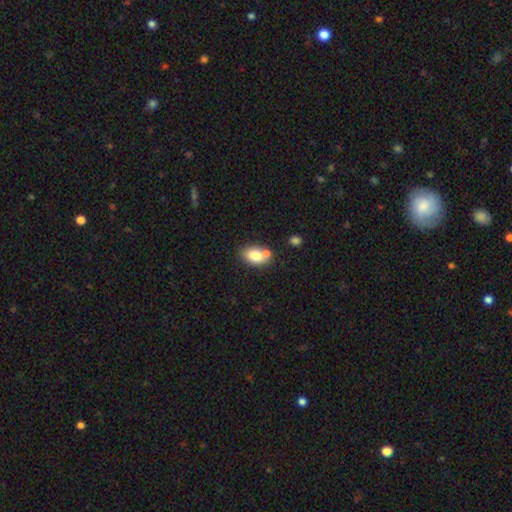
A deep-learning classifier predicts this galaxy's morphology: A smooth galaxy with no disk features (80%) that is in between round and cigar-shaped (84%).

Vote fractions:
- Smooth or featured? smooth: 80% / featured or disk: 12% / star or artifact: 8%
- How rounded? in between: 84% / round: 15% / cigar-shaped: 2%
- Merging? none: 56% / merger: 25% / minor disturbance: 15% / major disturbance: 4%